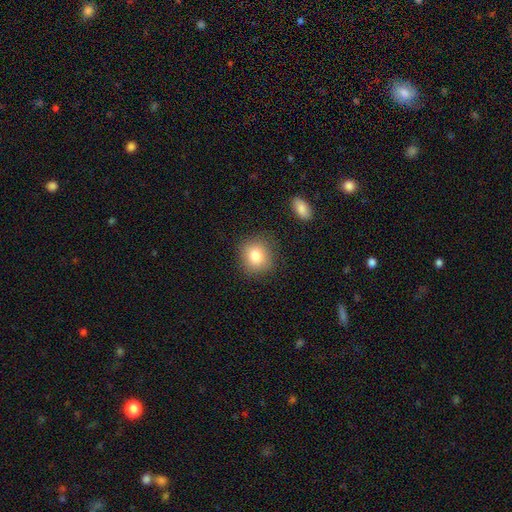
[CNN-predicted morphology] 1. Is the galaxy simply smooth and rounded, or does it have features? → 82% smooth, 10% star or artifact, 8% featured or disk.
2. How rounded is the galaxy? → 83% round, 16% in between, 1% cigar-shaped.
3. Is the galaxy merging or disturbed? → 85% none, 10% minor disturbance, 3% major disturbance, 2% merger.